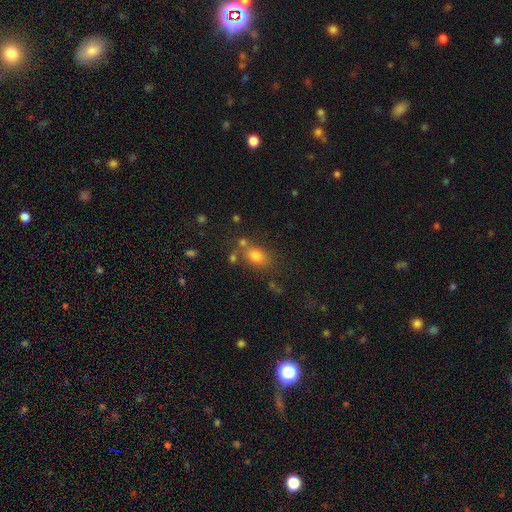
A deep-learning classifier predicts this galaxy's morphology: smooth_or_featured: smooth (p=0.75) [alt: star or artifact p=0.15]
how_rounded: in between (p=0.66) [alt: round p=0.32]
merging: none (p=0.65) [alt: minor disturbance p=0.15]